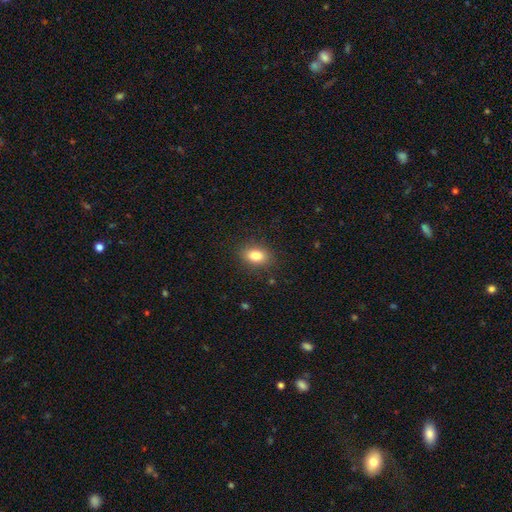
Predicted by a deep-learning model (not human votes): smooth 82%, star or artifact 10%, featured or disk 8%. Down the decision tree: how rounded — in between (73%); merging — none (86%).